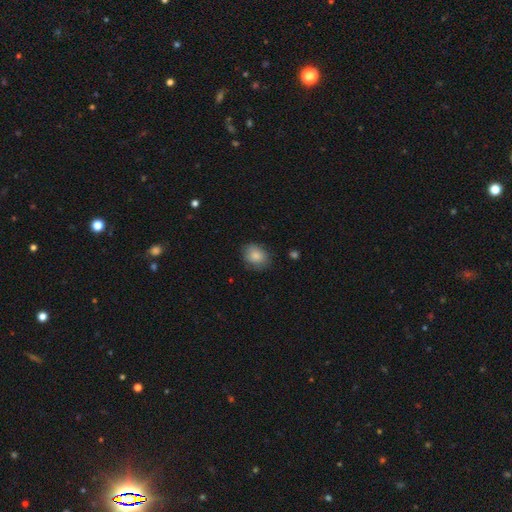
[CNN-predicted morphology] The model was most divided on "how rounded": round: 51%, in between: 48%, cigar-shaped: 1%. More confident: smooth or featured — smooth (84%); merging — none (77%).